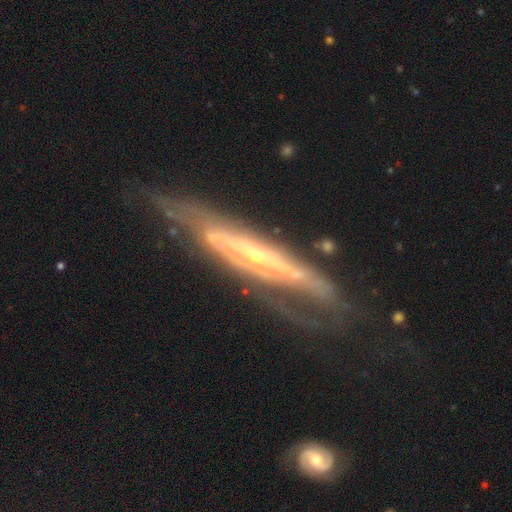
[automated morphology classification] Smooth or featured?
  - featured or disk: 85% *
  - smooth: 10%
  - star or artifact: 5%
Edge-on disk?
  - yes: 53% *
  - no: 47%
Merging?
  - none: 60% *
  - minor disturbance: 22%
  - major disturbance: 15%
  - merger: 3%